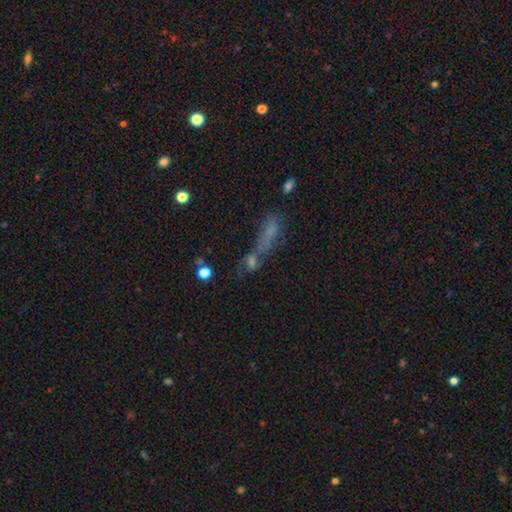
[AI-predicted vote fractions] smooth-or-featured: smooth: 44% | star or artifact: 31% | featured or disk: 25%
  merging: merger: 37% | none: 36% | major disturbance: 14% | minor disturbance: 13%